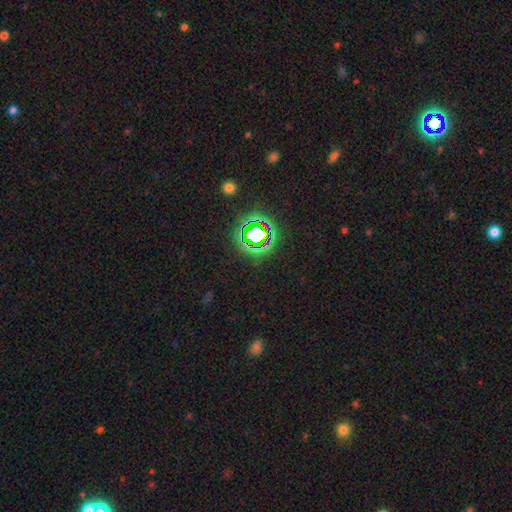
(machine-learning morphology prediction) A star or artifact, not a galaxy (75%).

Vote fractions:
- Smooth or featured? star or artifact: 75% / smooth: 17% / featured or disk: 9%